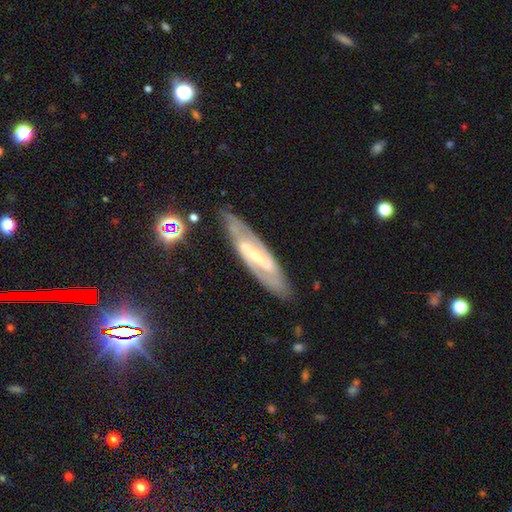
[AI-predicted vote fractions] A featured or disk galaxy (82%) with a strong bar (59%), 2 (81%) medium (45%) spiral arms (89%) and a small central bulge (60%).

Vote fractions:
- Smooth or featured? featured or disk: 82% / smooth: 12% / star or artifact: 6%
- Edge-on disk? no: 80% / yes: 20%
- Bar? strong: 59% / weak: 29% / no: 11%
- Spiral arms? yes: 89% / no: 11%
- Spiral winding? medium: 45% / tight: 38% / loose: 17%
- Spiral arm count? 2: 81% / can't tell: 13% / 1: 2% / 3: 2% / 4: 1% / more than 4: 1%
- Bulge size? small: 60% / moderate: 26% / none: 8% / large: 4% / dominant: 1%
- Merging? none: 81% / minor disturbance: 13% / major disturbance: 4% / merger: 2%